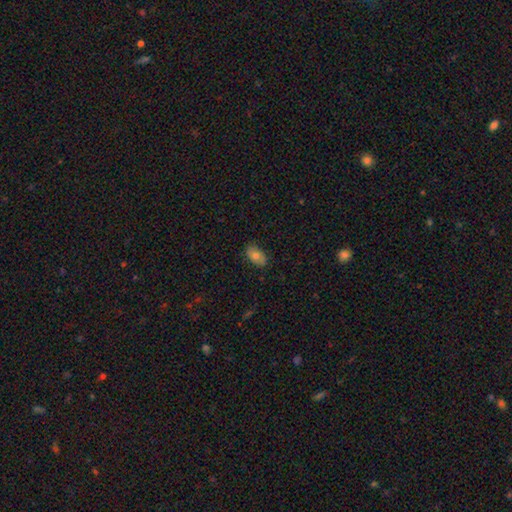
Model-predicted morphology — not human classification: smooth 75%, featured or disk 17%, star or artifact 8%. Down the decision tree: how rounded — in between (92%); merging — none (84%).